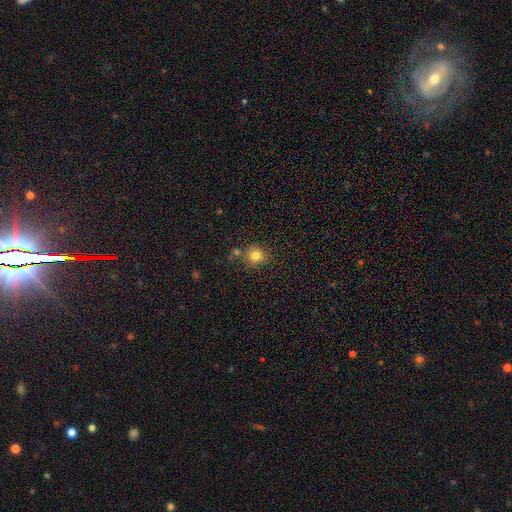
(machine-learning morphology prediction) A smooth galaxy with no disk features (80%) that is round (91%).

Vote fractions:
- Smooth or featured? smooth: 80% / star or artifact: 13% / featured or disk: 7%
- How rounded? round: 91% / in between: 8% / cigar-shaped: 1%
- Merging? none: 79% / minor disturbance: 10% / merger: 9% / major disturbance: 3%